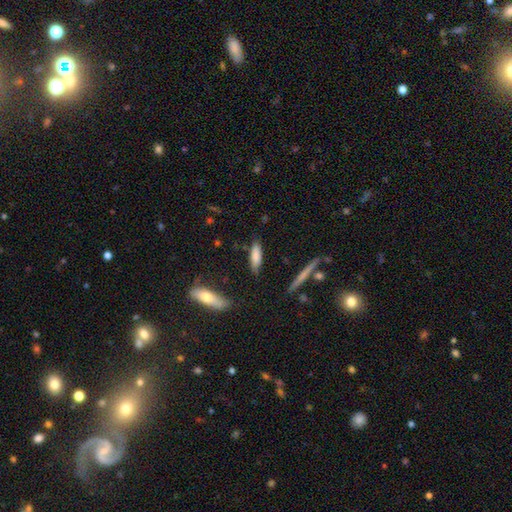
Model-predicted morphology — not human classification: This appears to be a smooth galaxy with no disk features (79%) that is cigar-shaped (54%). Merging: none (75%).